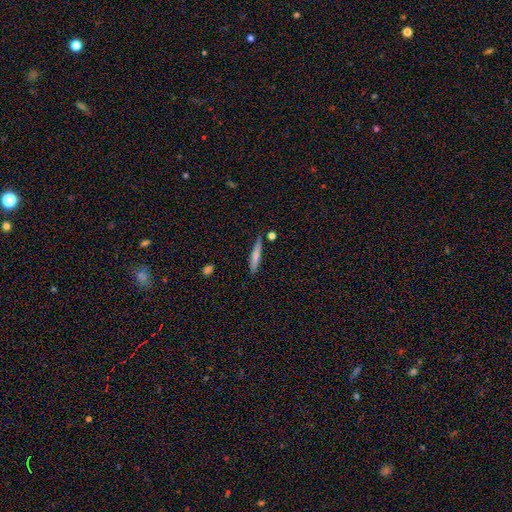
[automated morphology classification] Smooth or featured: smooth — 72% (featured or disk — 21%)
How rounded: cigar-shaped — 90% (in between — 8%)
Merging: none — 79% (minor disturbance — 14%)